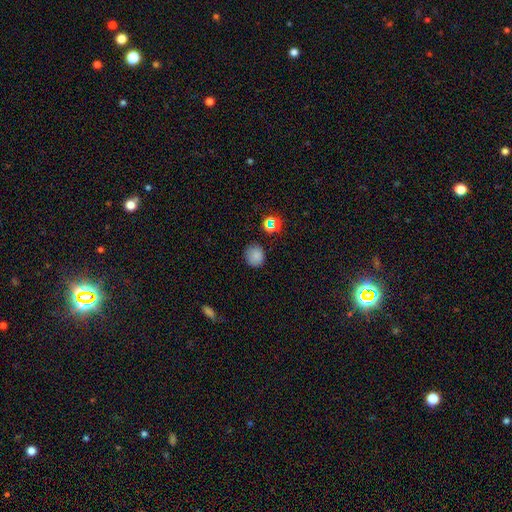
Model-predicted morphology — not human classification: A smooth galaxy with no disk features (81%) that is round (86%). Merging: none (85%).